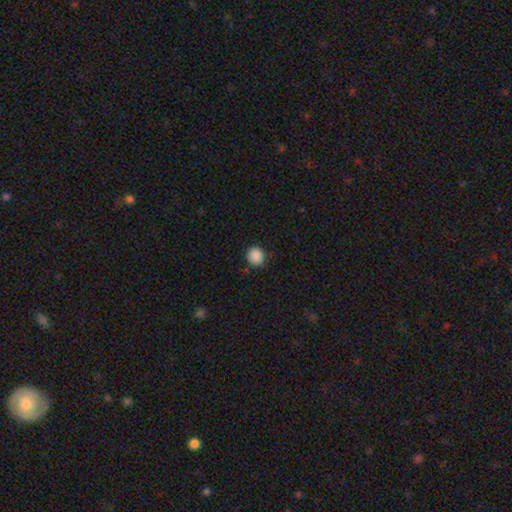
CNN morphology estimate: This is clearly a smooth galaxy (88%). How rounded: clearly round (92%). Merging: clearly none (87%).